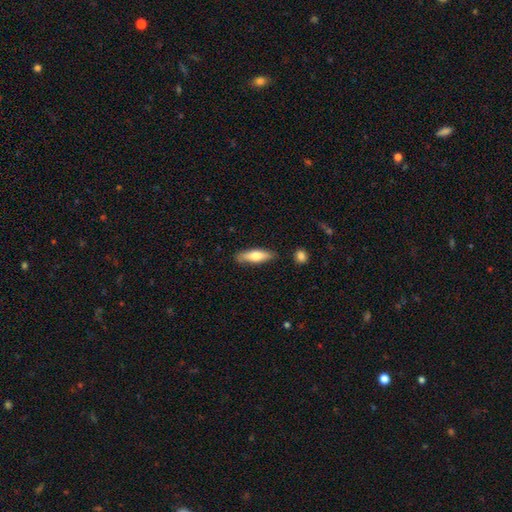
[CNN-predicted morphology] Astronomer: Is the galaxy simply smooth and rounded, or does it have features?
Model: smooth — 71%.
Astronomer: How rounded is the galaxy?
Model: cigar-shaped — 56% (runner-up: in between, 42%).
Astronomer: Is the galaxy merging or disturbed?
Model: none — 82%.